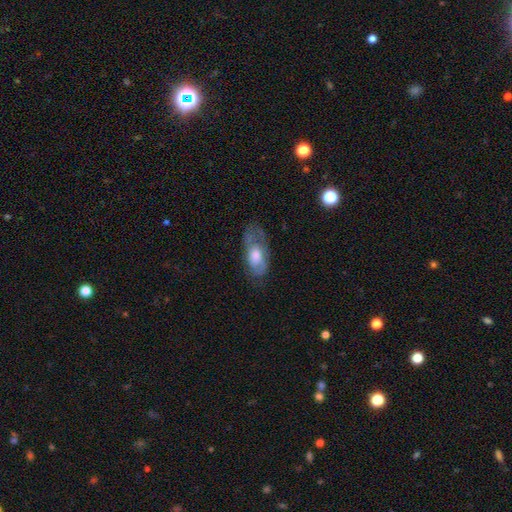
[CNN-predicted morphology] Smooth or featured: featured or disk — 51% (smooth — 42%)
Edge-on disk: no — 86% (yes — 14%)
Merging: none — 51% (minor disturbance — 28%)